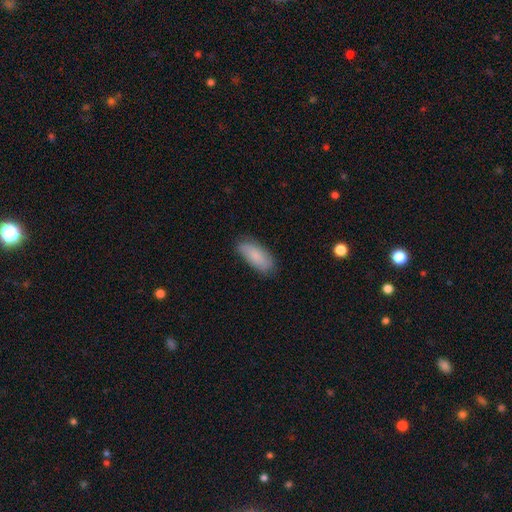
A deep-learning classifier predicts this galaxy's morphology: type=smooth (83%); roundness=in between (84%); merging=none (79%).